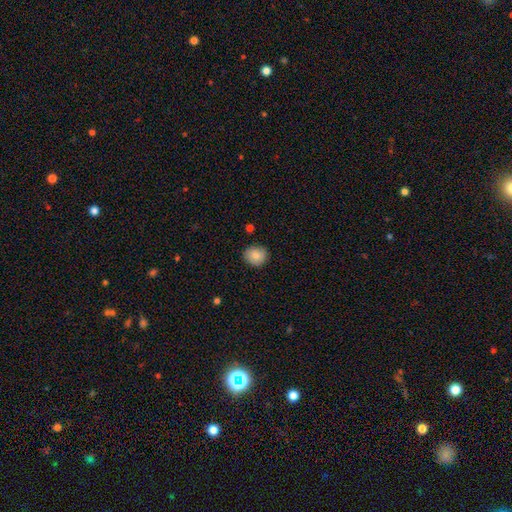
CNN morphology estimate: A smooth galaxy with no disk features (84%) that is round (76%).

Vote fractions:
- Smooth or featured? smooth: 84% / featured or disk: 8% / star or artifact: 8%
- How rounded? round: 76% / in between: 23% / cigar-shaped: 1%
- Merging? none: 86% / minor disturbance: 11% / major disturbance: 2% / merger: 1%